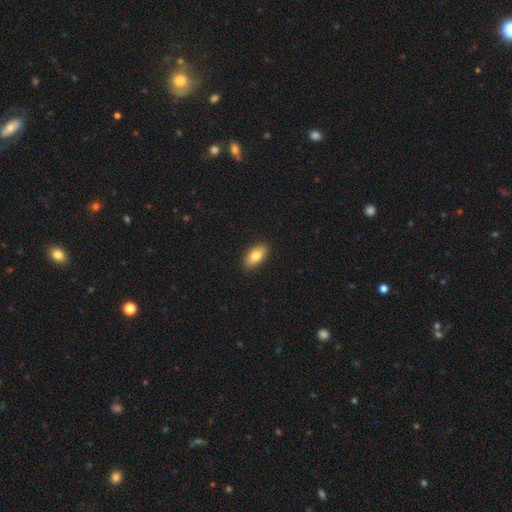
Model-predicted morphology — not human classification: smooth_or_featured: smooth (p=0.81) [alt: featured or disk p=0.13]
how_rounded: in between (p=0.91) [alt: cigar-shaped p=0.04]
merging: none (p=0.90) [alt: minor disturbance p=0.08]